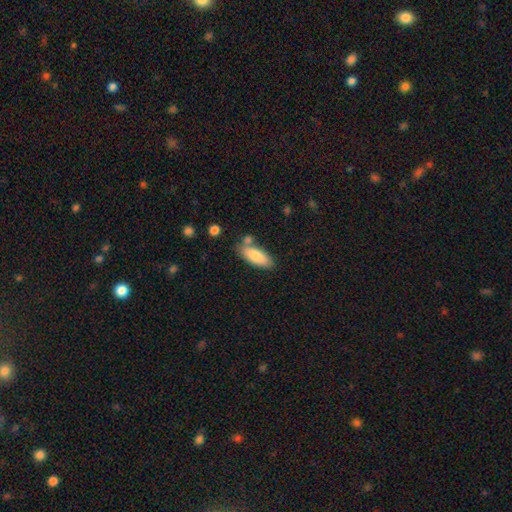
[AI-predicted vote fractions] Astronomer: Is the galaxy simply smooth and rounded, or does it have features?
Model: smooth — 82%.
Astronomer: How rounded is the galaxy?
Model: in between — 74%.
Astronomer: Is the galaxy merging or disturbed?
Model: none — 68%.